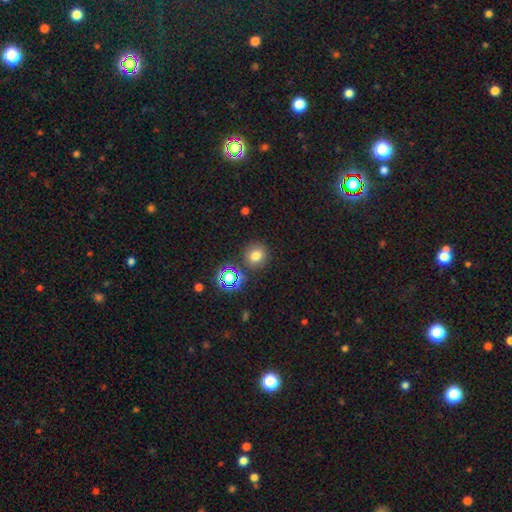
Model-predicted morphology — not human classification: Smooth or featured: smooth — 72% (star or artifact — 20%)
How rounded: round — 88% (in between — 11%)
Merging: none — 83% (minor disturbance — 9%)